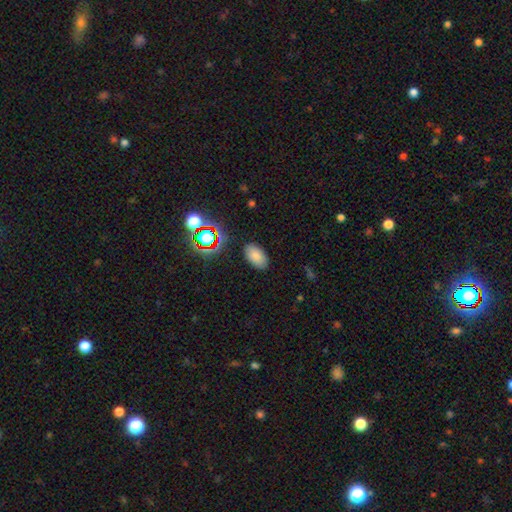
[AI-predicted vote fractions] A smooth galaxy with no disk features (78%) that is in between round and cigar-shaped (92%). Merging: none (86%).